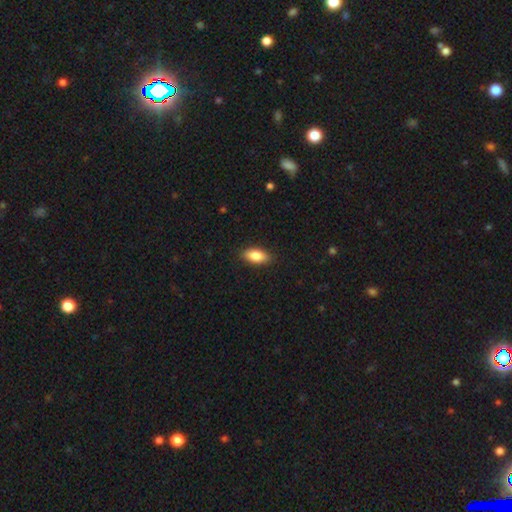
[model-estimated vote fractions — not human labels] smooth 86%, featured or disk 8%, star or artifact 7%. Down the decision tree: how rounded — in between (89%); merging — none (88%).